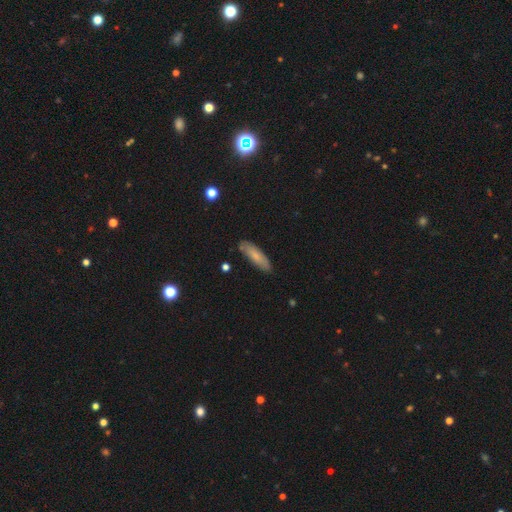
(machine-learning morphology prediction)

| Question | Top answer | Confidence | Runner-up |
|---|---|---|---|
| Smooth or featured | smooth | 74% | featured or disk (20%) |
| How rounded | cigar-shaped | 56% | in between (42%) |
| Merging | none | 83% | minor disturbance (13%) |